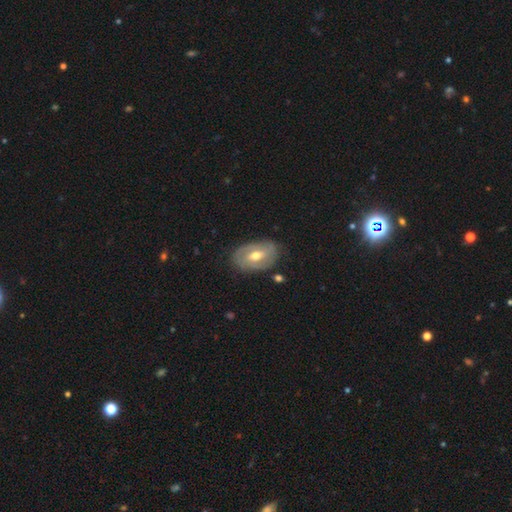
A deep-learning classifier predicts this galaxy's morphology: Smooth or featured? Predicted: featured or disk (p=0.67). Edge-on disk? Predicted: no (p=0.94). Bar? Predicted: weak (p=0.49). Spiral arms? Predicted: yes (p=0.68). Bulge size? Predicted: moderate (p=0.76). Merging? Predicted: none (p=0.77).